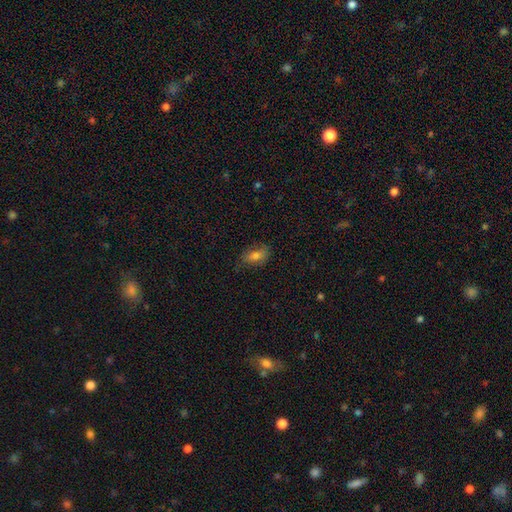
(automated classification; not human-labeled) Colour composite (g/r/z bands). It shows a smooth galaxy with no disk features (70%) that is in between round and cigar-shaped (84%). Merging: none (71%).